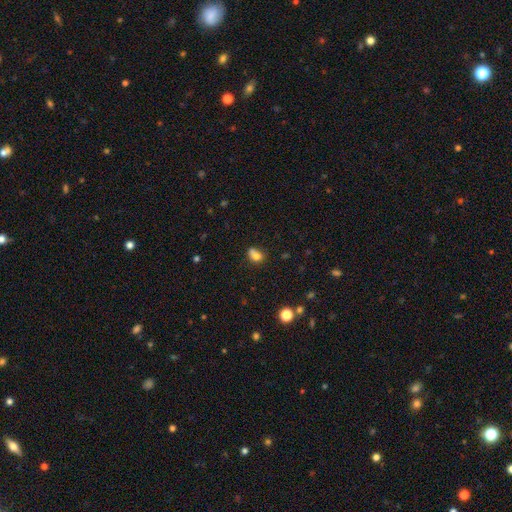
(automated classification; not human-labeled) The model was most divided on "merging" (2-way tie): merger: 37%, none: 37%, minor disturbance: 18%, major disturbance: 8%. More confident: smooth or featured — smooth (74%); how rounded — in between (52%).